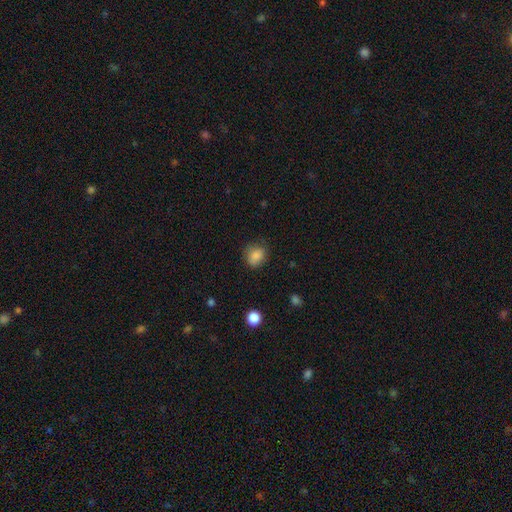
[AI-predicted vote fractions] Smooth or featured: smooth — 85% (star or artifact — 10%)
How rounded: round — 64% (in between — 35%)
Merging: none — 73% (minor disturbance — 21%)